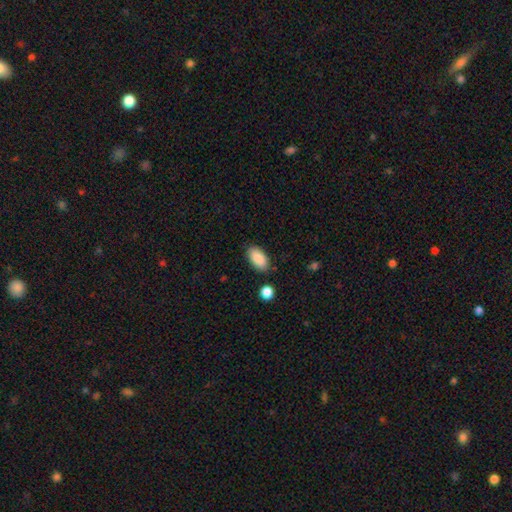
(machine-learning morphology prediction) A smooth galaxy with no disk features (88%) that is in between round and cigar-shaped (94%). Merging: none (83%).